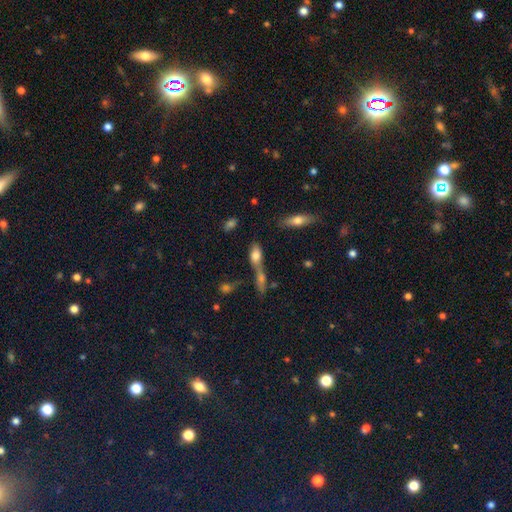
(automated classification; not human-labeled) Smooth or featured? Predicted: smooth (p=0.69). How rounded? Predicted: in between (p=0.71). Merging? Predicted: merger (p=0.52).